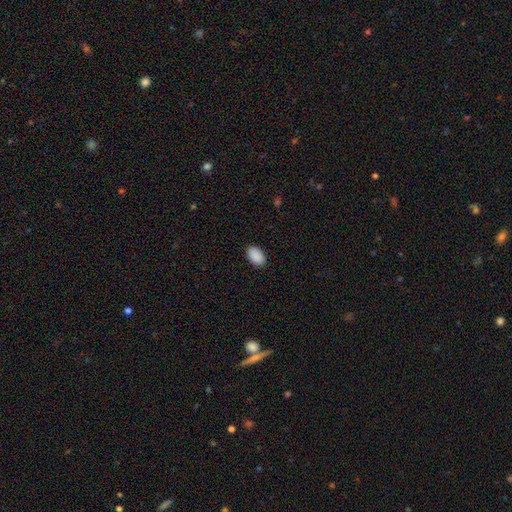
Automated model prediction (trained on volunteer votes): This is clearly a smooth galaxy (91%). How rounded: clearly in between (92%). Merging: clearly none (89%).